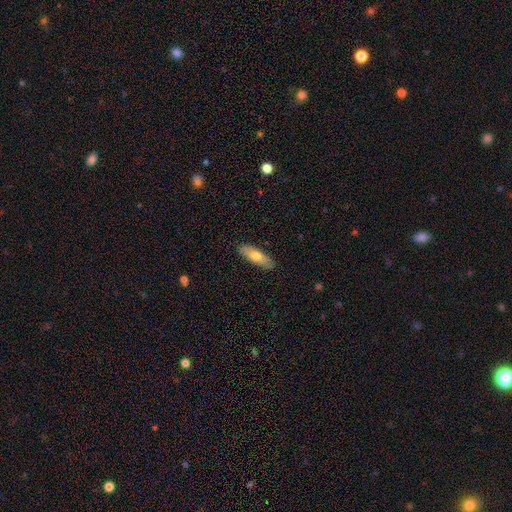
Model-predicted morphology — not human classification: Smooth or featured? smooth (69%)
How rounded? in between (49%, tied with cigar-shaped)
Merging? none (87%)